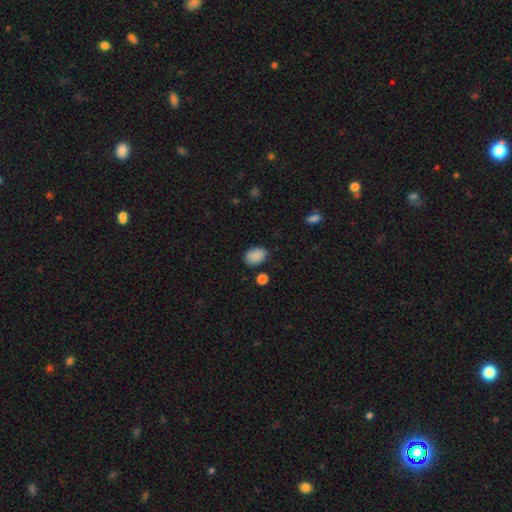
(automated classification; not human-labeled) Overall: smooth (88%). How rounded: in between (74%). Merging: none (80%).